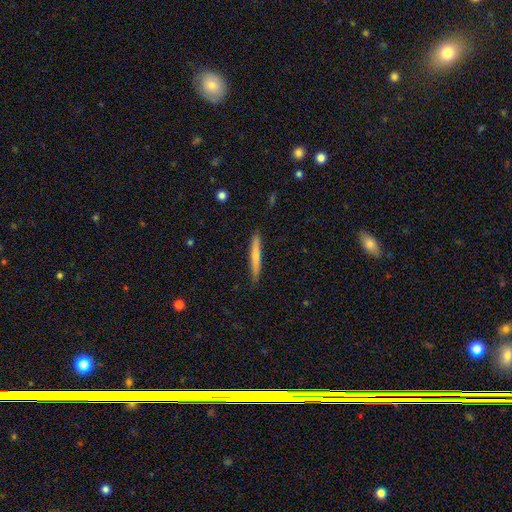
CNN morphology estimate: Smooth or featured? smooth (66%)
How rounded? cigar-shaped (95%)
Merging? none (85%)